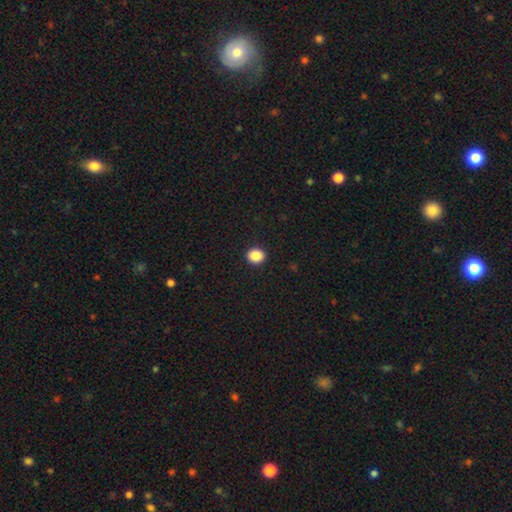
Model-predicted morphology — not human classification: A smooth galaxy with no disk features (87%) that is round (75%). Merging: none (93%).